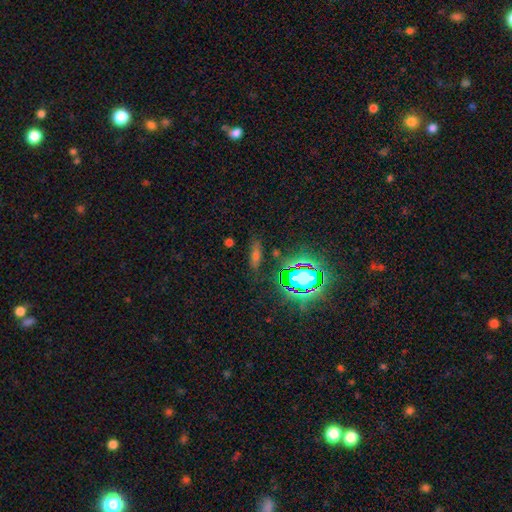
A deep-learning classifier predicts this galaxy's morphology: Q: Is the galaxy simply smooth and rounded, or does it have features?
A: smooth — 43%.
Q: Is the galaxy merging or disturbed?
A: none — 79%.